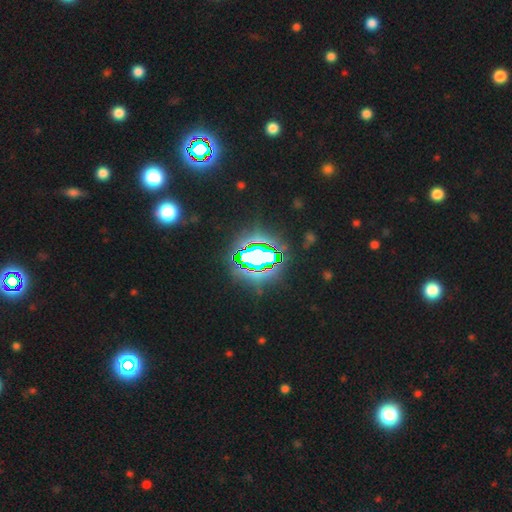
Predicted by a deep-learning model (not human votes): A star or artifact, not a galaxy (82%).

Vote fractions:
- Smooth or featured? star or artifact: 82% / smooth: 11% / featured or disk: 7%